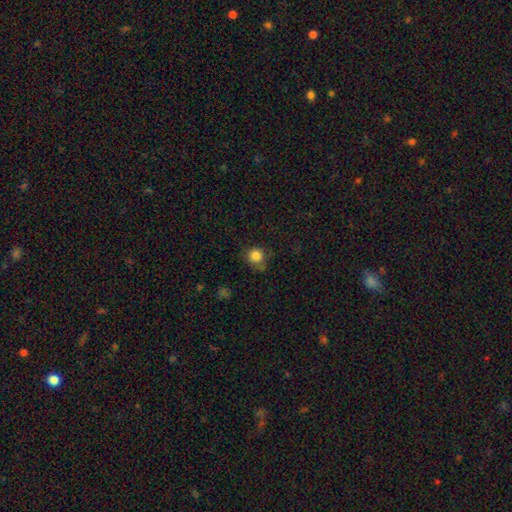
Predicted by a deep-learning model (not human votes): This is clearly a smooth galaxy (83%). How rounded: clearly round (86%). Merging: likely none (64%).